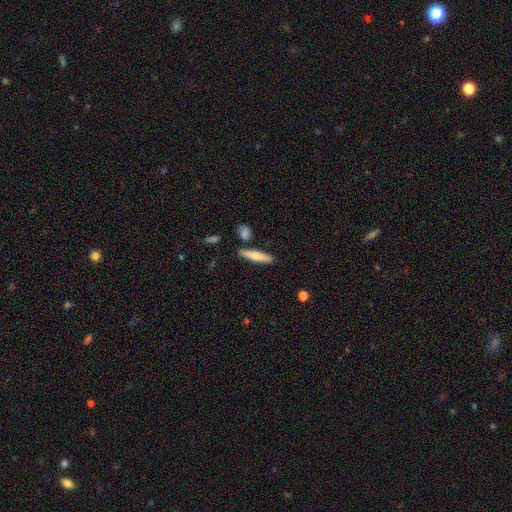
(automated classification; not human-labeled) Smooth or featured? smooth (68%)
How rounded? cigar-shaped (83%)
Merging? none (82%)